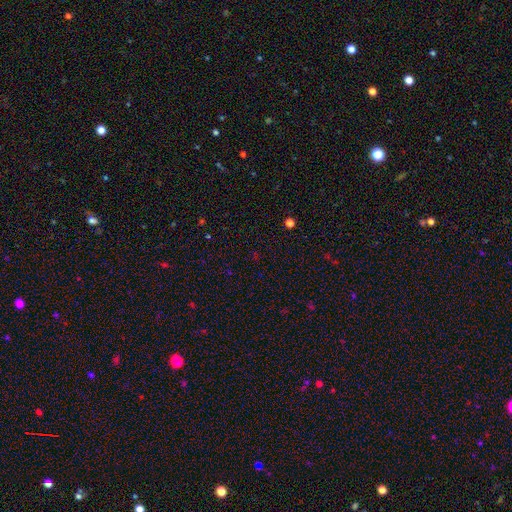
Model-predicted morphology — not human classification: type=star or artifact (62%).